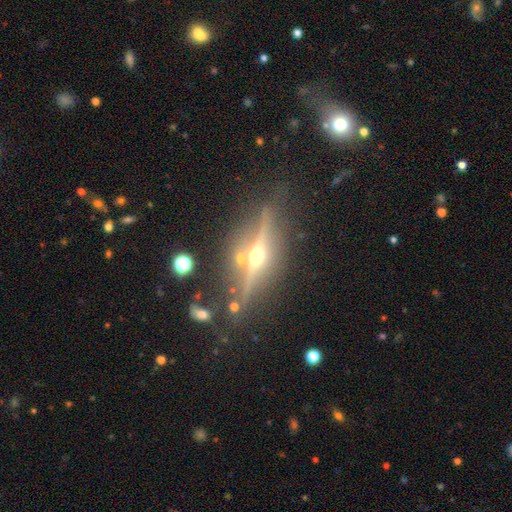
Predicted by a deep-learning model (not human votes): This is clearly a featured or disk galaxy (83%). It is clearly viewed edge-on (94%). Edge-on bulge: clearly rounded (96%). Merging: clearly none (81%).